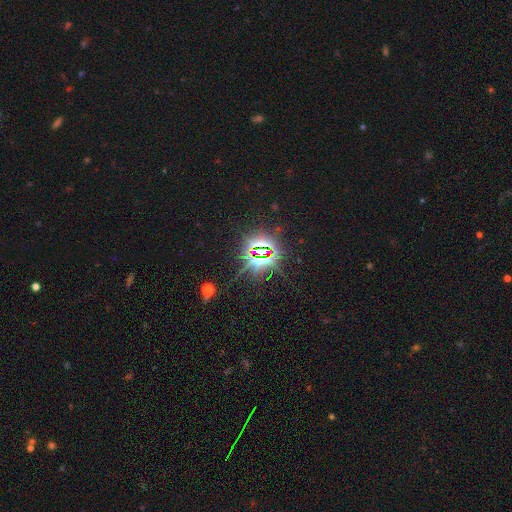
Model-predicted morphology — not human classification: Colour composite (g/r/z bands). It shows a star or artifact, not a galaxy (83%).